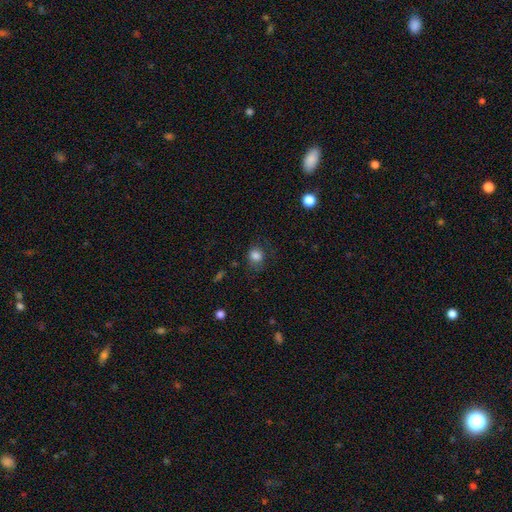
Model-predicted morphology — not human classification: A smooth galaxy with no disk features (81%) that is round (72%). Merging: none (66%).